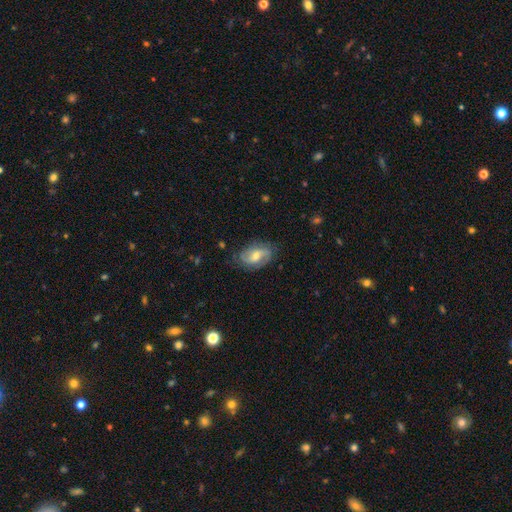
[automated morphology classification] Smooth or featured: featured or disk — 63% (smooth — 30%)
Edge-on disk: no — 95% (yes — 5%)
Bar: weak — 46% (no — 38%)
Spiral arms: yes — 86% (no — 14%)
Spiral winding: medium — 41% (loose — 31%)
Spiral arm count: 2 — 72% (can't tell — 16%)
Bulge size: moderate — 59% (small — 34%)
Merging: none — 71% (minor disturbance — 21%)